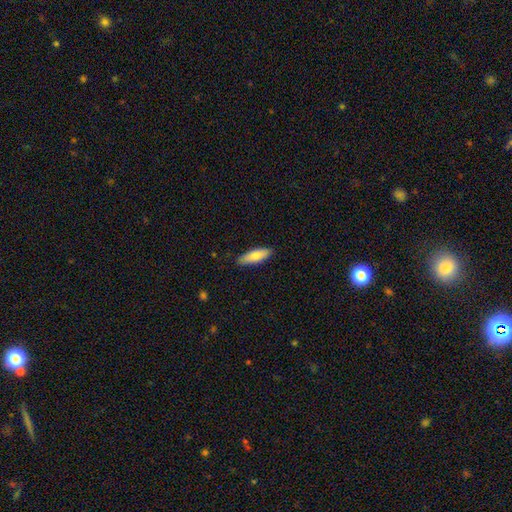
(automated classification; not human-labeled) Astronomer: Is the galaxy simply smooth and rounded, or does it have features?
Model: smooth — 78%.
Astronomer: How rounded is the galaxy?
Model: in between — 53% (runner-up: cigar-shaped, 45%).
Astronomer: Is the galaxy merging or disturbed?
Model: none — 88%.